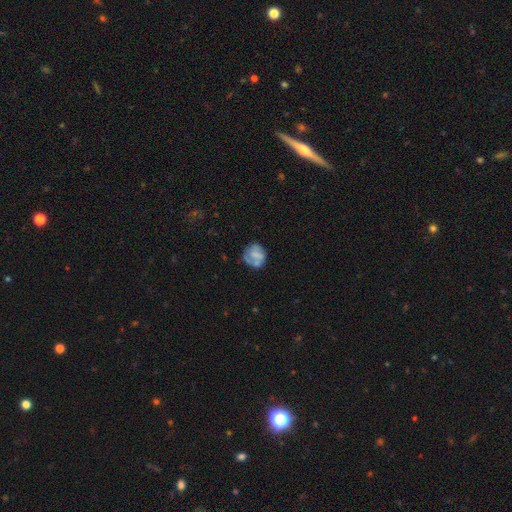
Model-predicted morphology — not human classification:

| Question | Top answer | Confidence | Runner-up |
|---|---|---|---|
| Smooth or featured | smooth | 46% | featured or disk (45%) |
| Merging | none | 53% | minor disturbance (25%) |